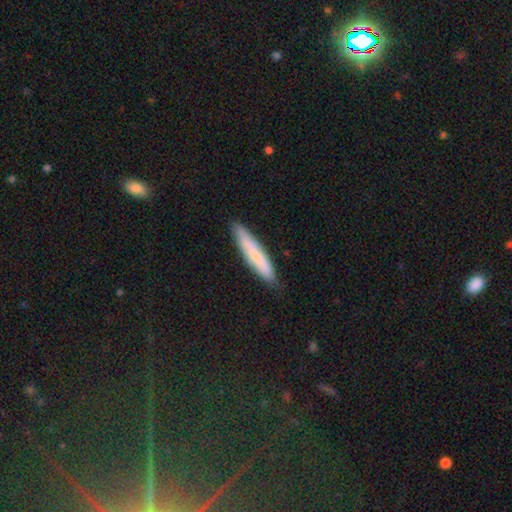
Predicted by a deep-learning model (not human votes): smooth-or-featured: smooth: 70% | featured or disk: 24% | star or artifact: 6%
  how-rounded: cigar-shaped: 89% | in between: 10% | round: 1%
  merging: none: 83% | minor disturbance: 13% | major disturbance: 2% | merger: 1%